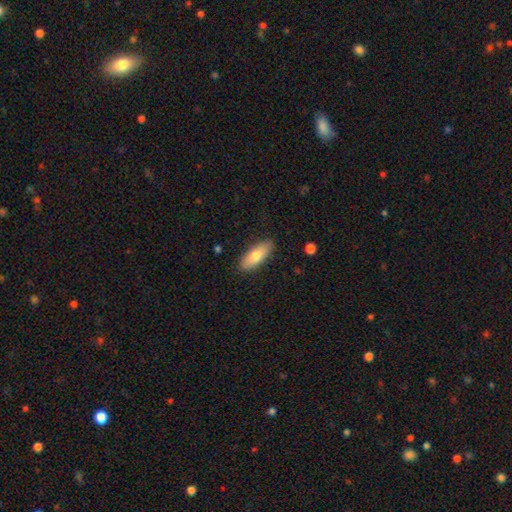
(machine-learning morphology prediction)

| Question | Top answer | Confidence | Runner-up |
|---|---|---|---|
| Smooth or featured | smooth | 76% | featured or disk (18%) |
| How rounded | in between | 72% | cigar-shaped (26%) |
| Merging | none | 88% | minor disturbance (9%) |